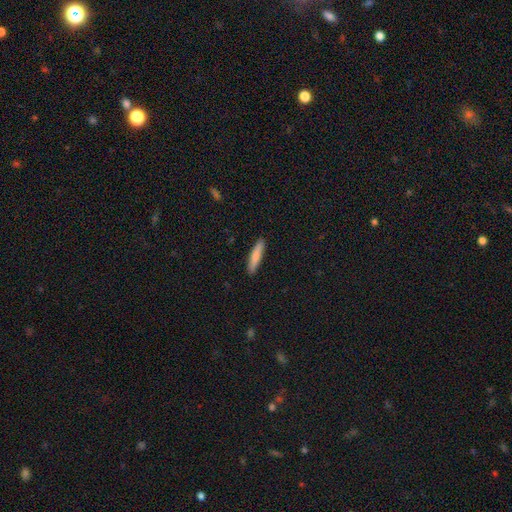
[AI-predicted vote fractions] Morphology: type=smooth (79%); roundness=cigar-shaped (89%); merging=none (91%).